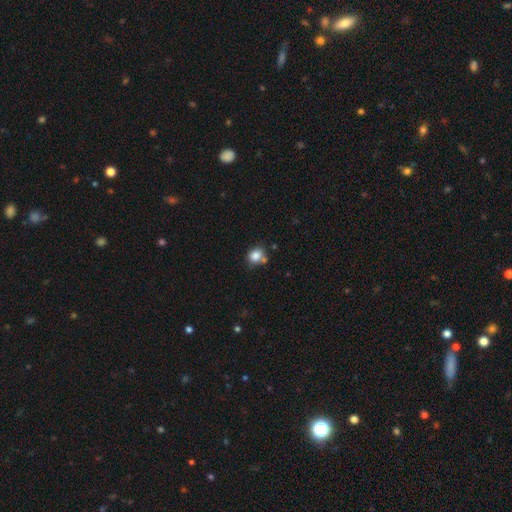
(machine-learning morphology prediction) This is clearly a smooth galaxy (83%). How rounded: likely round (69%). Merging: likely none (64%).